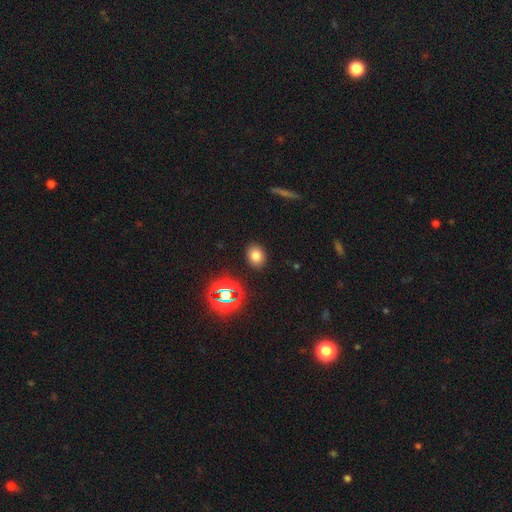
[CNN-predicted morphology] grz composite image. It shows a smooth galaxy with no disk features (74%) that is in between round and cigar-shaped (54%). Merging: none (89%).